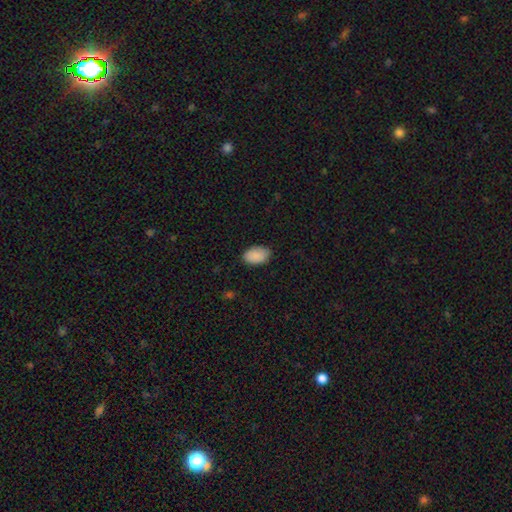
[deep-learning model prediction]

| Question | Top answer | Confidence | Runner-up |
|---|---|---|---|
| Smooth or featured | smooth | 90% | star or artifact (7%) |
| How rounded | in between | 91% | round (8%) |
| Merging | none | 84% | minor disturbance (13%) |